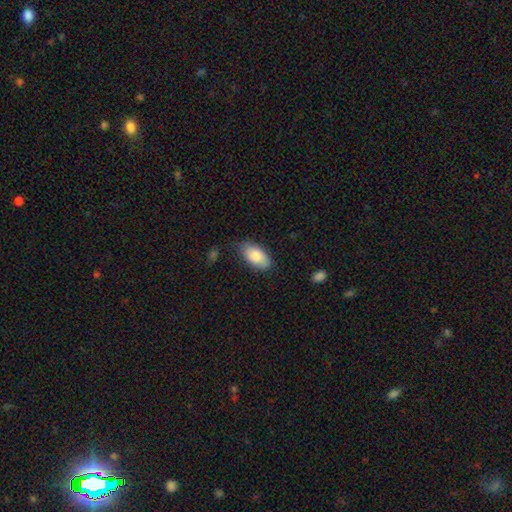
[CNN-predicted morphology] smooth_or_featured: smooth (p=0.84) [alt: featured or disk p=0.10]
how_rounded: in between (p=0.94) [alt: round p=0.03]
merging: none (p=0.71) [alt: minor disturbance p=0.22]